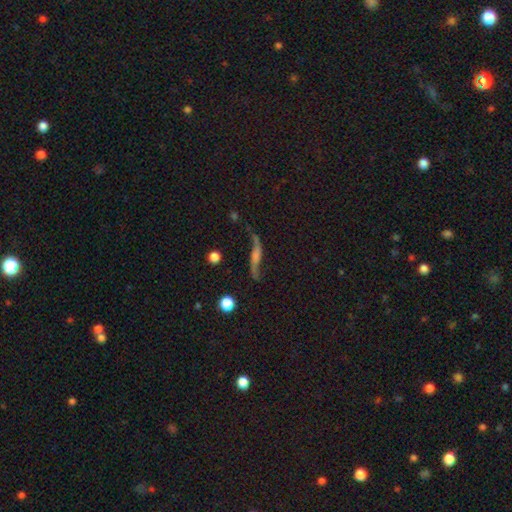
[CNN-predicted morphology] smooth-or-featured: featured or disk: 74% | smooth: 15% | star or artifact: 11%
  disk-edge-on: no: 68% | yes: 32%
    bar: no: 54% | weak: 28% | strong: 18%
    has-spiral-arms: yes: 92% | no: 8%
    bulge-size: none: 41% | small: 27% | moderate: 19% | large: 9% | dominant: 4%
  merging: none: 67% | minor disturbance: 18% | major disturbance: 11% | merger: 4%